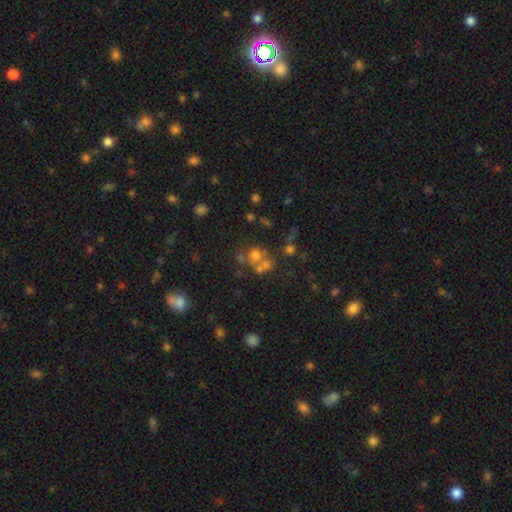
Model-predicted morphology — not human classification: Q: Smooth or featured?
A: smooth (56%); runner-up: star or artifact (24%)
Q: How rounded?
A: round (78%); runner-up: in between (20%)
Q: Merging?
A: none (44%); runner-up: merger (39%)